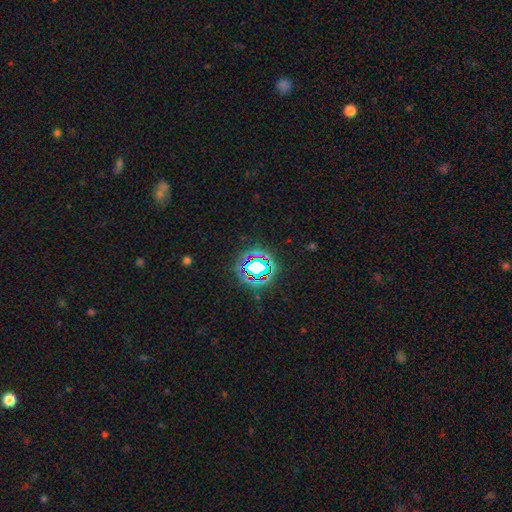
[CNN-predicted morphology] A star or artifact, not a galaxy (76%).

Vote fractions:
- Smooth or featured? star or artifact: 76% / smooth: 15% / featured or disk: 10%